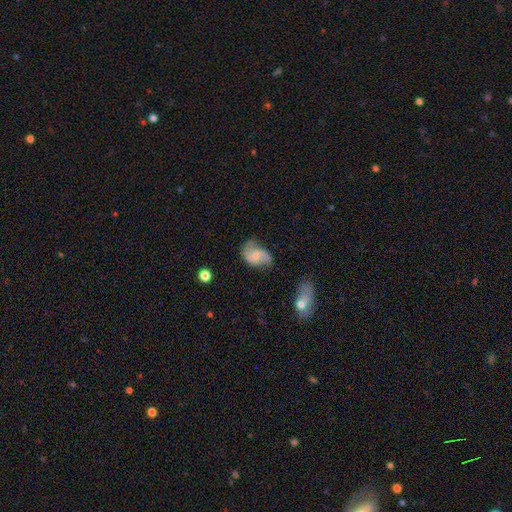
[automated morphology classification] featured or disk 72%, smooth 22%, star or artifact 7%. Down the decision tree: edge-on disk — no (98%); bar — no (46%); spiral arms — yes (93%); spiral arm count — 2 (89%); spiral winding — loose (51%); bulge size — small (50%); merging — none (59%).